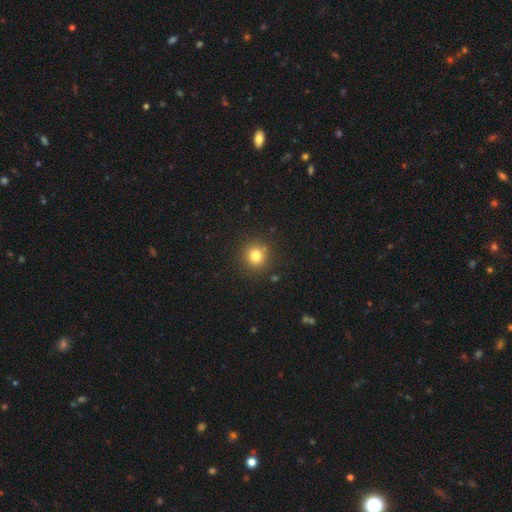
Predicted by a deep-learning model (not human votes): Morphology: type=smooth (80%); roundness=round (93%); merging=none (88%).